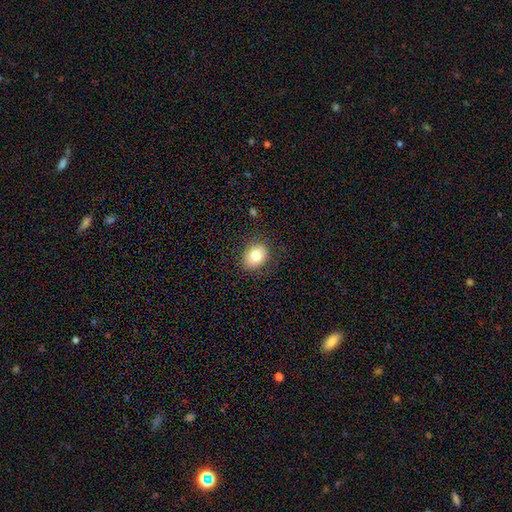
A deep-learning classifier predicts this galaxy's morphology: Smooth or featured?
  - smooth: 81% *
  - featured or disk: 10%
  - star or artifact: 9%
How rounded?
  - round: 56% *
  - in between: 43%
  - cigar-shaped: 1%
Merging?
  - none: 85% *
  - minor disturbance: 10%
  - major disturbance: 3%
  - merger: 1%